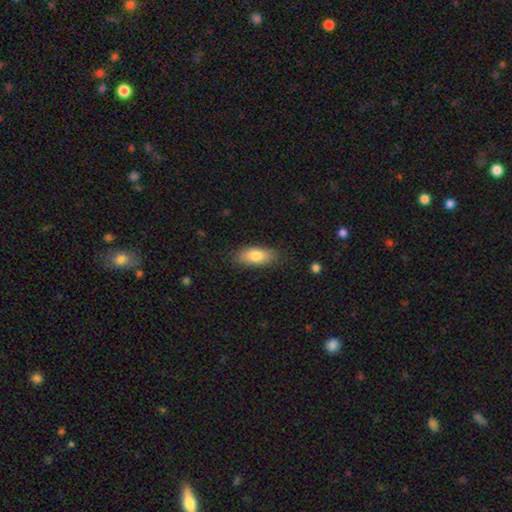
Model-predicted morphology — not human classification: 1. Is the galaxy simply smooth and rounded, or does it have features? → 80% smooth, 14% featured or disk, 7% star or artifact.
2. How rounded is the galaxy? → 86% in between, 10% cigar-shaped, 4% round.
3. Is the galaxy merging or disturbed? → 81% none, 15% minor disturbance, 3% major disturbance, 1% merger.